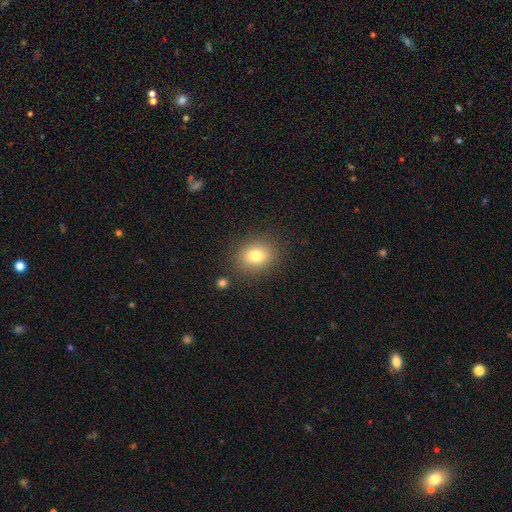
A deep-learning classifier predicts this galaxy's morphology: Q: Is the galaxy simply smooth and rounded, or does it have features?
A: smooth — 79%.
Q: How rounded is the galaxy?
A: round — 62%.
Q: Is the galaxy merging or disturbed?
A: none — 85%.